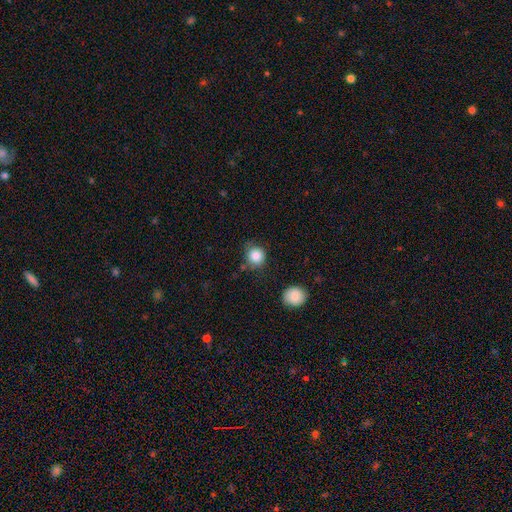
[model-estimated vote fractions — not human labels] This is clearly a smooth galaxy (85%). How rounded: clearly round (88%). Merging: likely none (74%).